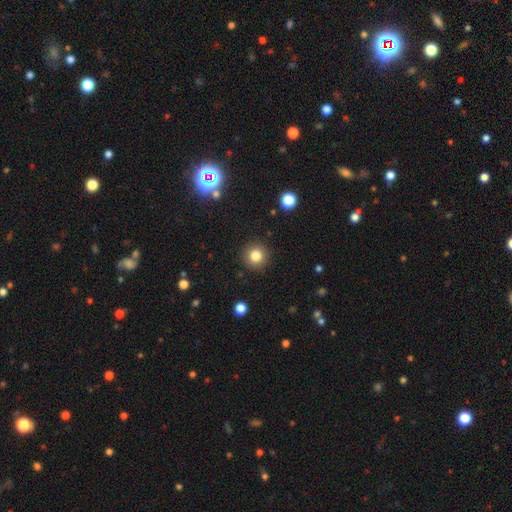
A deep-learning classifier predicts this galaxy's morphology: This is clearly a smooth galaxy (82%). How rounded: clearly round (94%). Merging: clearly none (91%).